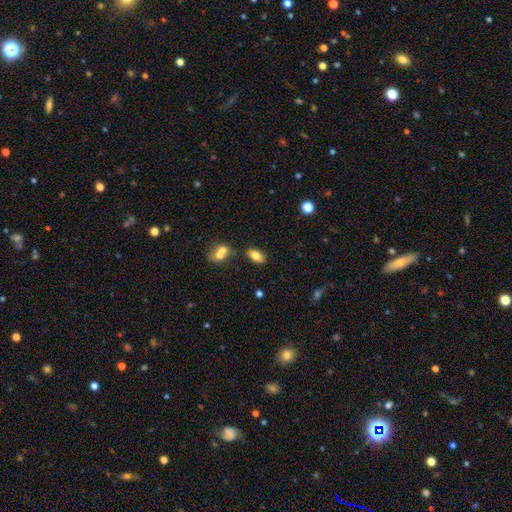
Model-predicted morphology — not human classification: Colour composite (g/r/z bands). It shows a smooth galaxy with no disk features (78%) that is in between round and cigar-shaped (89%). Merging: none (75%).